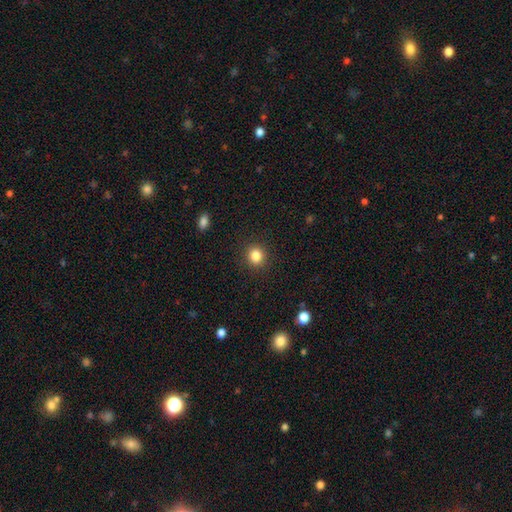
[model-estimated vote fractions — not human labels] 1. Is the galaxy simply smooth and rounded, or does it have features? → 84% smooth, 11% star or artifact, 5% featured or disk.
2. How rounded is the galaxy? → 88% round, 11% in between, 1% cigar-shaped.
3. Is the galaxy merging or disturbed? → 91% none, 6% minor disturbance, 2% major disturbance, 1% merger.